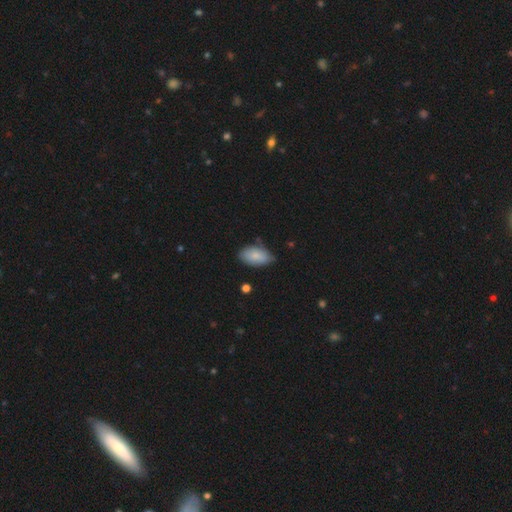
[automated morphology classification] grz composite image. It shows a smooth galaxy with no disk features (82%) that is in between round and cigar-shaped (94%). Merging: none (65%).